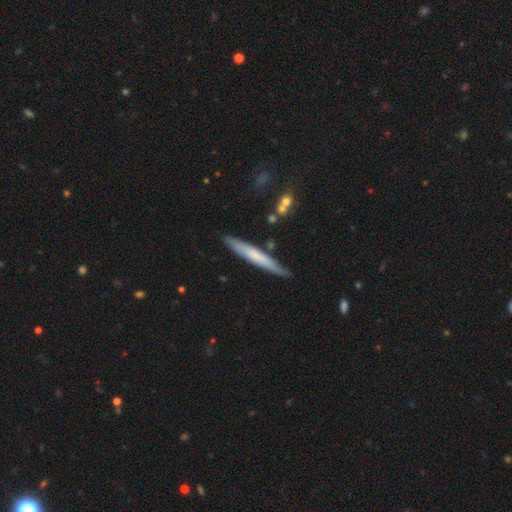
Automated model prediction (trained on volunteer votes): Smooth or featured: smooth — 57% (featured or disk — 38%)
How rounded: cigar-shaped — 96% (in between — 3%)
Merging: none — 86% (minor disturbance — 10%)